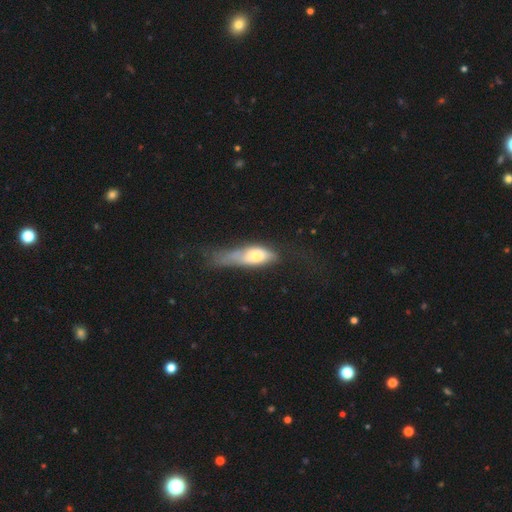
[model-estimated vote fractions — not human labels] Smooth or featured? Predicted: smooth (p=0.60). How rounded? Predicted: in between (p=0.56). Merging? Predicted: major disturbance (p=0.42).